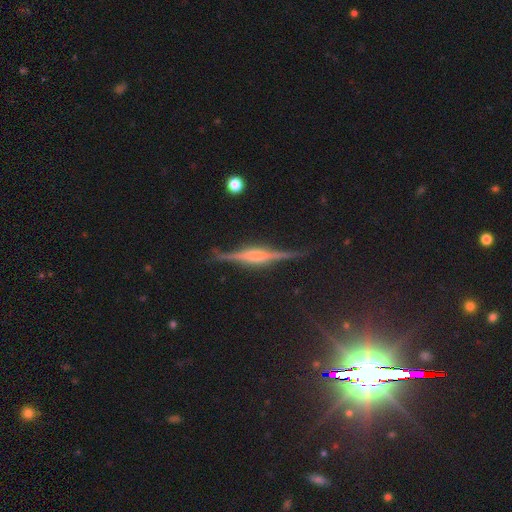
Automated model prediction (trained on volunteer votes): Overall: featured or disk (82%). Edge-on disk: yes (97%). Edge-on bulge: rounded (58%; boxy 34%). Merging: none (85%).